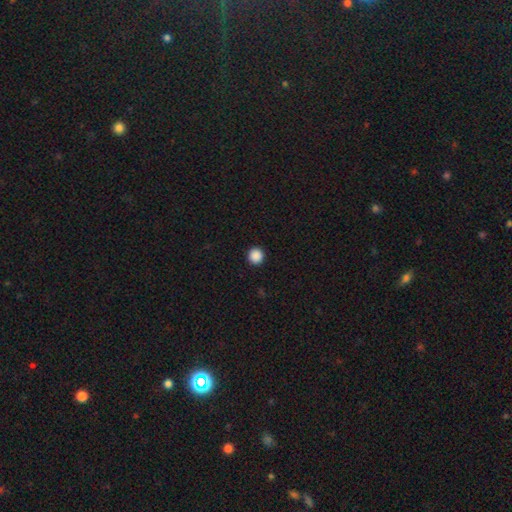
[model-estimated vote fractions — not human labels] Smooth or featured? smooth (89%)
How rounded? round (96%)
Merging? none (94%)